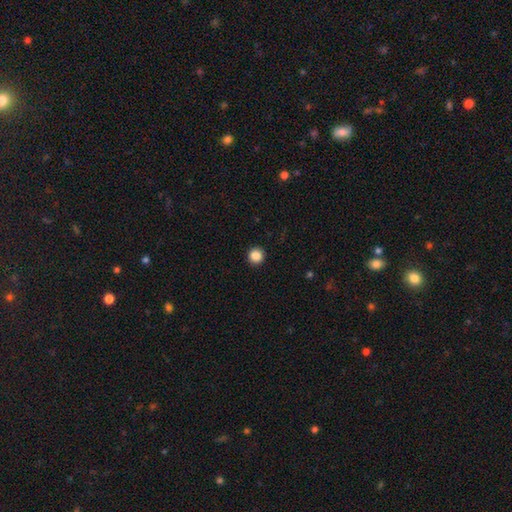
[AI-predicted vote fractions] The model was most divided on "smooth or featured": smooth: 87%, star or artifact: 10%, featured or disk: 4%. More confident: how rounded — round (95%); merging — none (94%).